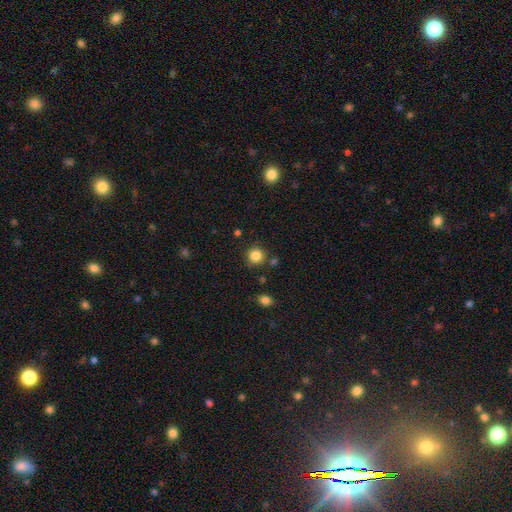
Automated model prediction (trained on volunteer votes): A smooth galaxy with no disk features (84%) that is round (92%). Merging: none (84%).